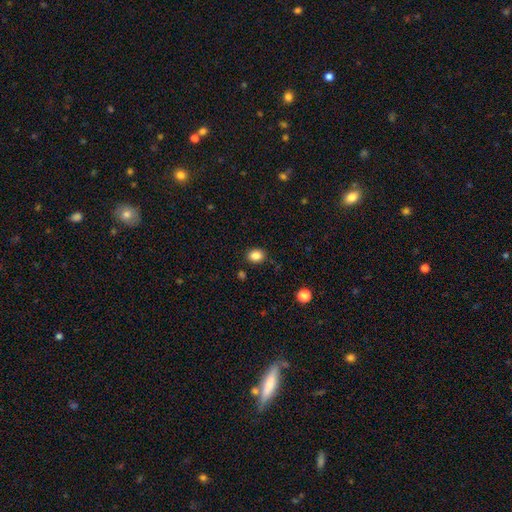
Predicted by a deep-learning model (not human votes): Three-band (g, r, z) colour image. It shows a smooth galaxy with no disk features (85%) that is round (55%). Merging: none (87%).